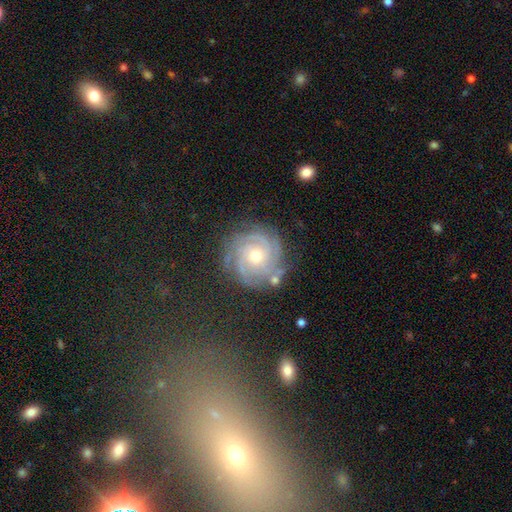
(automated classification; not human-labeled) Smooth or featured? featured or disk (83%)
Edge-on disk? no (98%)
Bar? no (77%)
Spiral arms? yes (97%)
Spiral winding? tight (79%)
Spiral arm count? 3 (27%)
Bulge size? moderate (55%)
Merging? none (79%)